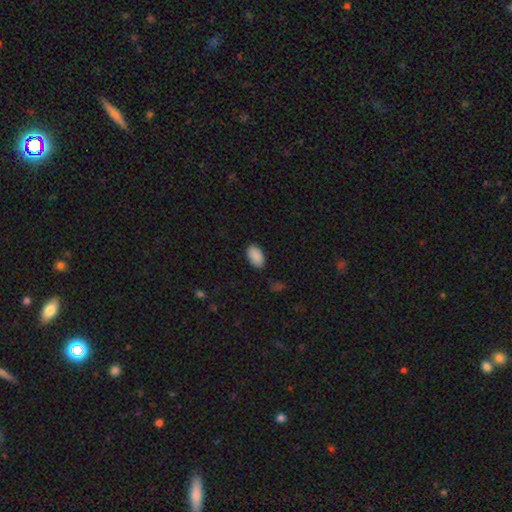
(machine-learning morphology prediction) Q: Smooth or featured?
A: smooth (90%); runner-up: star or artifact (7%)
Q: How rounded?
A: in between (94%); runner-up: round (5%)
Q: Merging?
A: none (87%); runner-up: minor disturbance (10%)